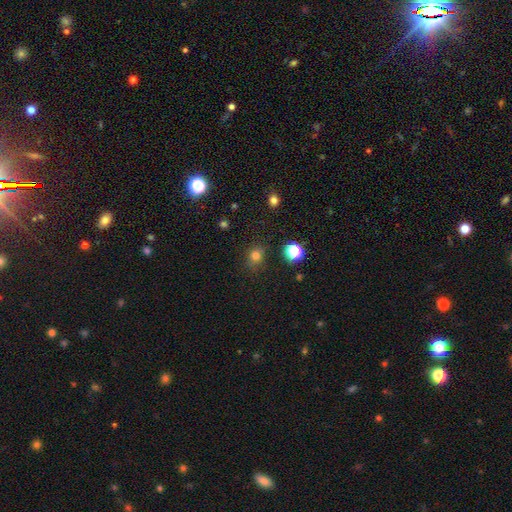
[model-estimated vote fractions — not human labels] Q: Smooth or featured?
A: smooth (77%); runner-up: star or artifact (18%)
Q: How rounded?
A: round (76%); runner-up: in between (23%)
Q: Merging?
A: none (81%); runner-up: minor disturbance (13%)